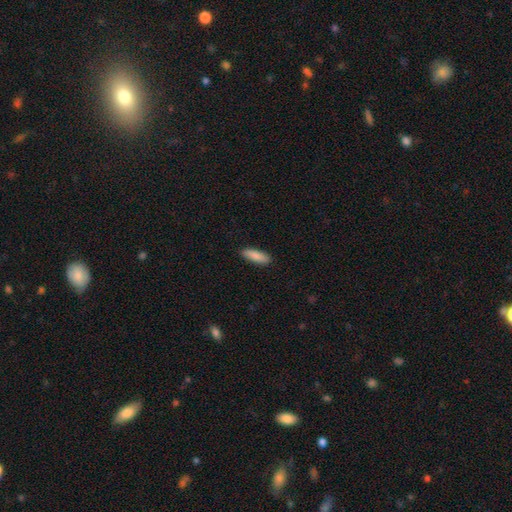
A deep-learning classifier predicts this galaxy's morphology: smooth 87%, featured or disk 7%, star or artifact 6%. Down the decision tree: how rounded — in between (55%); merging — none (90%).